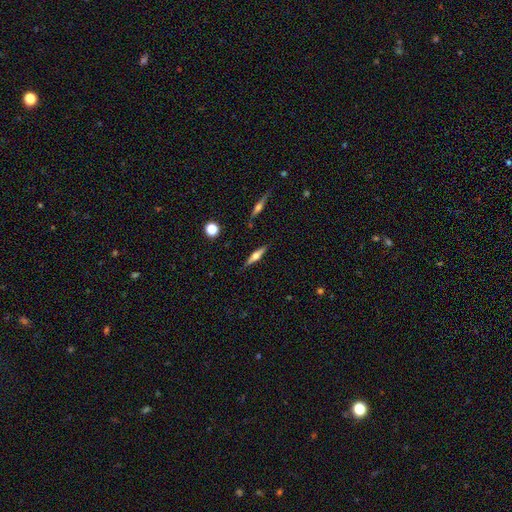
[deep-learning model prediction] featured or disk 58%, smooth 34%, star or artifact 7%. Down the decision tree: edge-on disk — yes (96%); edge-on bulge — rounded (88%); merging — none (86%).